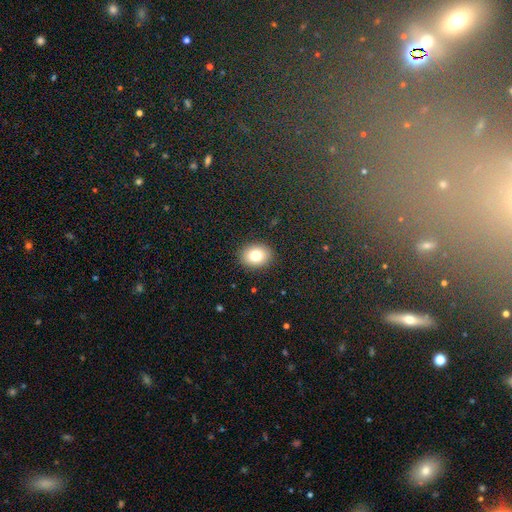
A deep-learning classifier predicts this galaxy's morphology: type=smooth (79%); roundness=in between (53%); merging=none (90%).